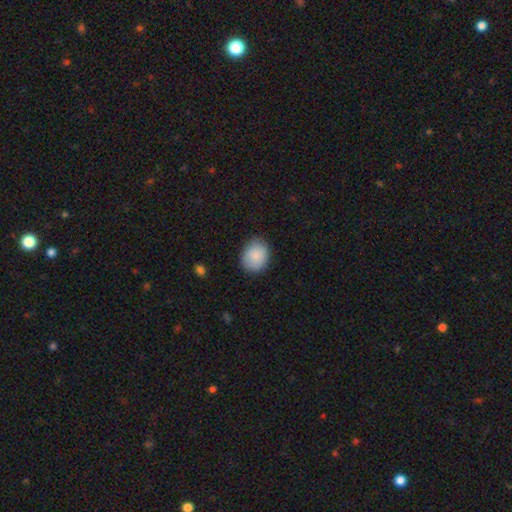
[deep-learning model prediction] Smooth or featured? Predicted: smooth (p=0.88). How rounded? Predicted: round (p=0.52). Merging? Predicted: none (p=0.82).